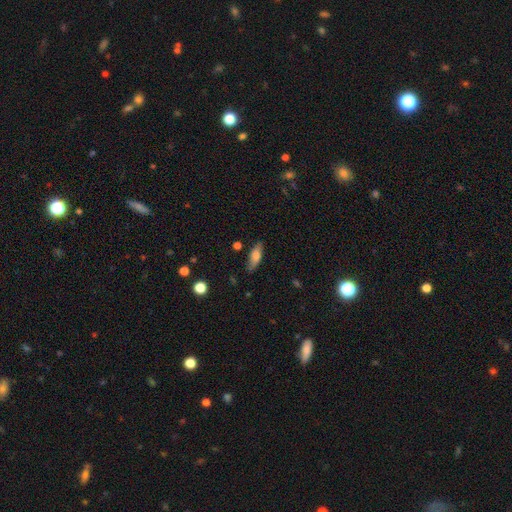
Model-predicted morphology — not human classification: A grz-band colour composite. It shows a smooth galaxy with no disk features (70%) that is in between round and cigar-shaped (60%). Merging: none (81%).